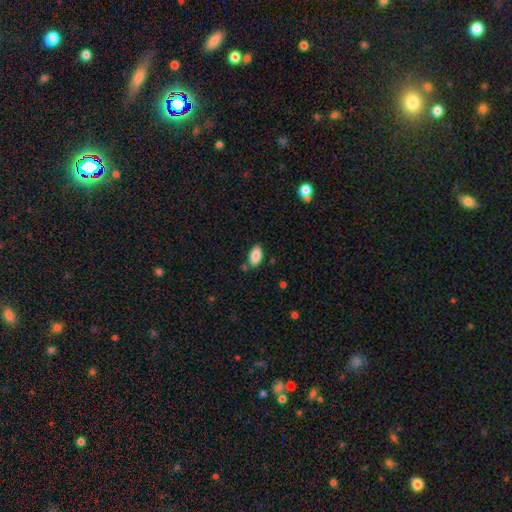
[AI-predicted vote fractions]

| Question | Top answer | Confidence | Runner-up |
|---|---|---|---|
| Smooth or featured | smooth | 86% | star or artifact (7%) |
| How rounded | in between | 93% | cigar-shaped (4%) |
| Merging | none | 75% | minor disturbance (15%) |